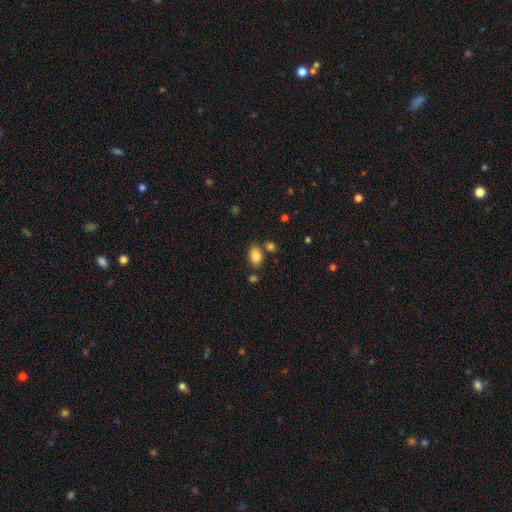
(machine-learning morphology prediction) Smooth or featured? Predicted: smooth (p=0.85). How rounded? Predicted: in between (p=0.91). Merging? Predicted: none (p=0.74).